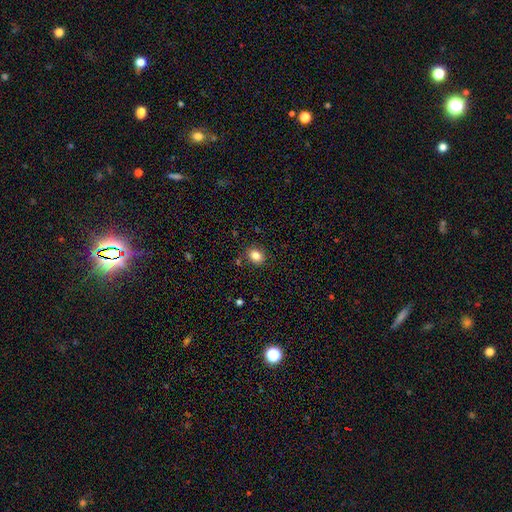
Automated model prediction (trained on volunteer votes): A smooth galaxy with no disk features (83%) that is in between round and cigar-shaped (53%). Merging: none (86%).